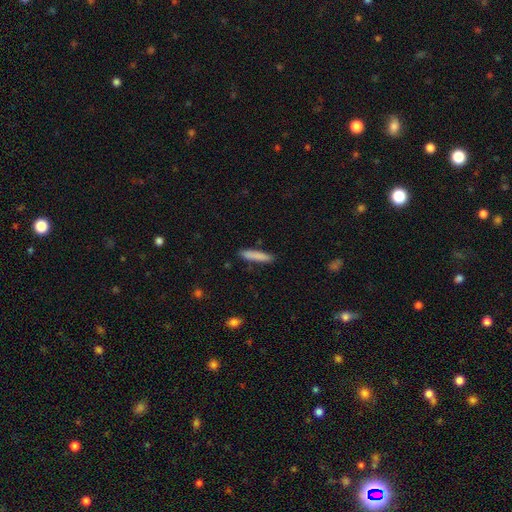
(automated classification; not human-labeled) A smooth galaxy with no disk features (85%) that is cigar-shaped (90%). Merging: none (86%).